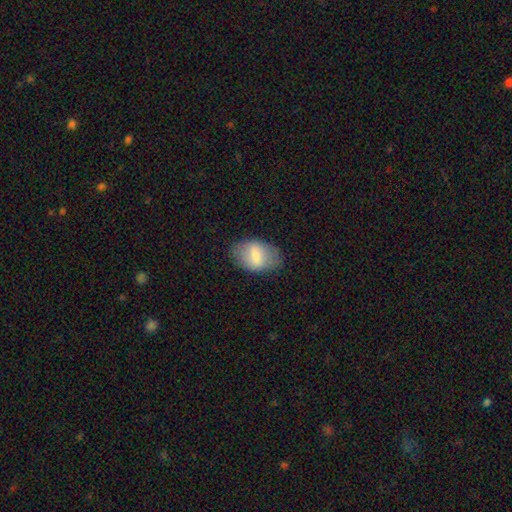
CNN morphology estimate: smooth 68%, featured or disk 24%, star or artifact 7%. Down the decision tree: how rounded — in between (86%); merging — none (75%).